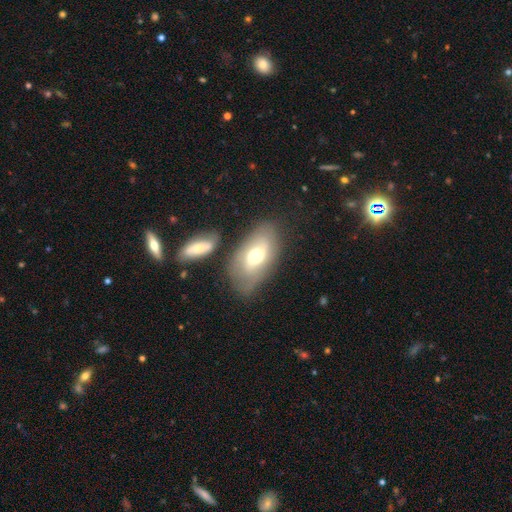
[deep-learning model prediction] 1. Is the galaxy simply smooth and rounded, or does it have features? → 57% smooth, 36% featured or disk, 7% star or artifact.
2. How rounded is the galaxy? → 91% in between, 5% round, 3% cigar-shaped.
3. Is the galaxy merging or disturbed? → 67% none, 18% minor disturbance, 9% merger, 6% major disturbance.